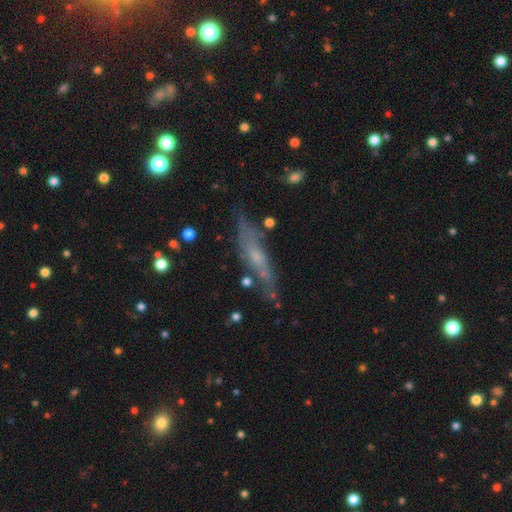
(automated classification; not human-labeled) Overall: featured or disk (56%; smooth 35%). Edge-on disk: yes (63%; no 37%). Merging: none (66%).